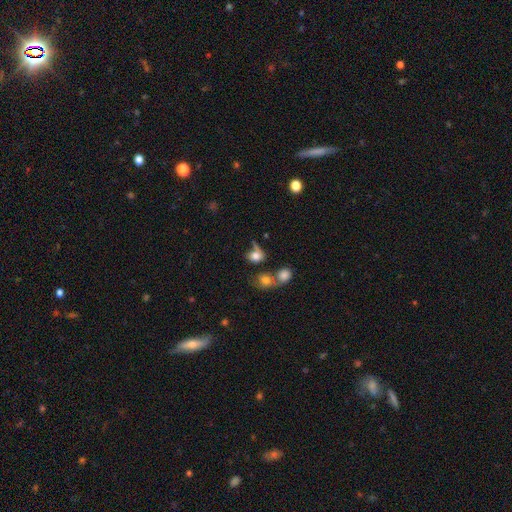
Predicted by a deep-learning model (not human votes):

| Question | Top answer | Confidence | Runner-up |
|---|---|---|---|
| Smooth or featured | smooth | 73% | featured or disk (15%) |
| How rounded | round | 53% | in between (44%) |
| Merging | none | 33% | merger (31%) |